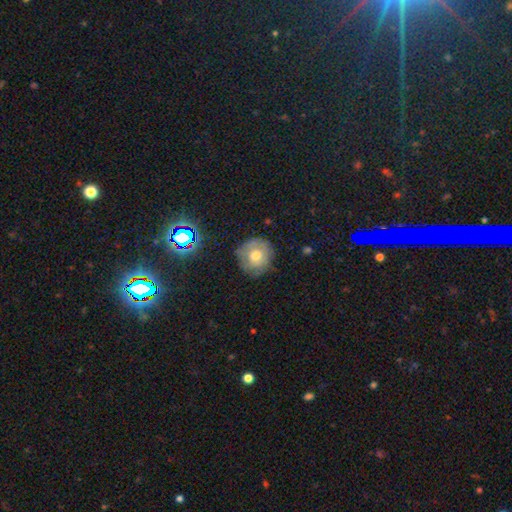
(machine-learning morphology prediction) smooth-or-featured: smooth: 54% | featured or disk: 34% | star or artifact: 12%
  how-rounded: round: 90% | in between: 9% | cigar-shaped: 1%
  merging: none: 75% | minor disturbance: 18% | major disturbance: 5% | merger: 1%